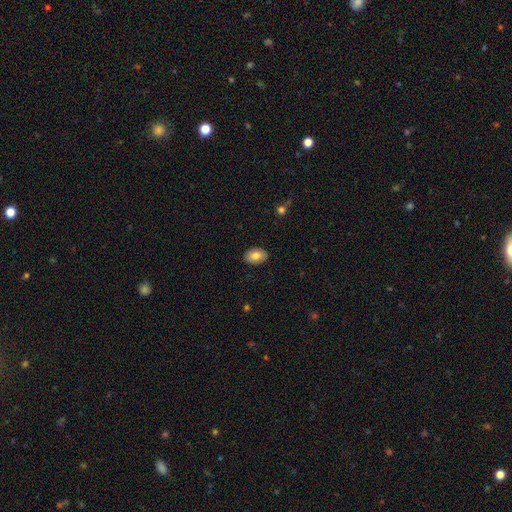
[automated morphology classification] type=smooth (79%); roundness=in between (88%); merging=none (88%).